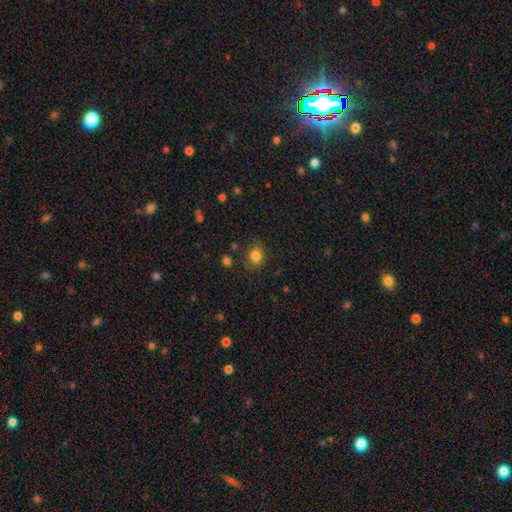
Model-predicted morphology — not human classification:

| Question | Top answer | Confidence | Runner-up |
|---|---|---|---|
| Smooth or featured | smooth | 83% | star or artifact (12%) |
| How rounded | round | 63% | in between (36%) |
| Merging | none | 81% | minor disturbance (12%) |